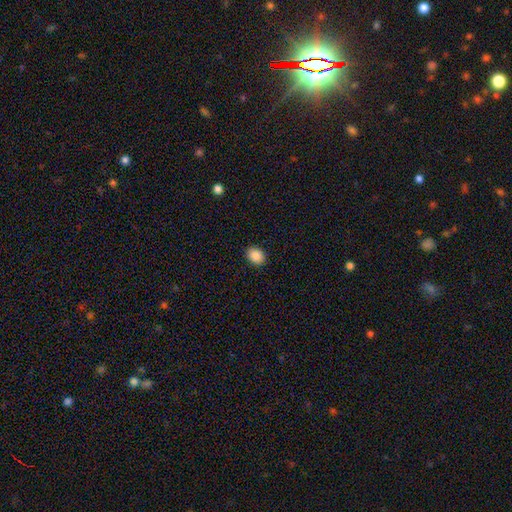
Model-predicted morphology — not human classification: smooth_or_featured: smooth (p=0.89) [alt: star or artifact p=0.09]
how_rounded: in between (p=0.56) [alt: round p=0.43]
merging: none (p=0.90) [alt: minor disturbance p=0.07]